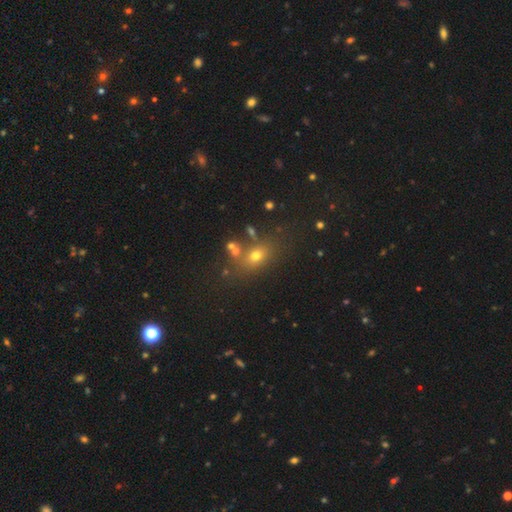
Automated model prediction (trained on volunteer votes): Smooth or featured?
  - smooth: 61% *
  - star or artifact: 24%
  - featured or disk: 15%
How rounded?
  - in between: 56% *
  - round: 40%
  - cigar-shaped: 3%
Merging?
  - none: 68% *
  - merger: 14%
  - minor disturbance: 13%
  - major disturbance: 6%